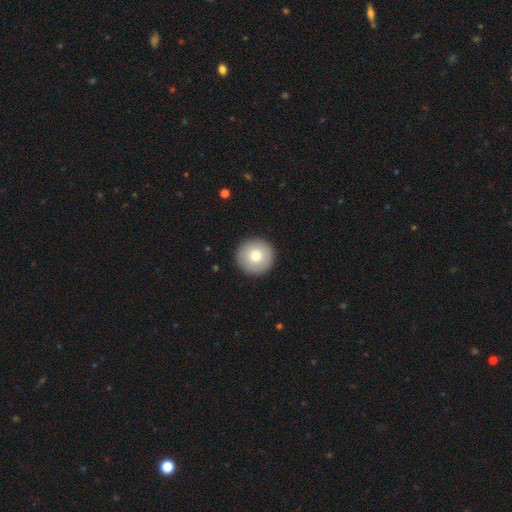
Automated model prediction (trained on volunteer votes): Overall: smooth (79%). How rounded: round (96%). Merging: none (93%).